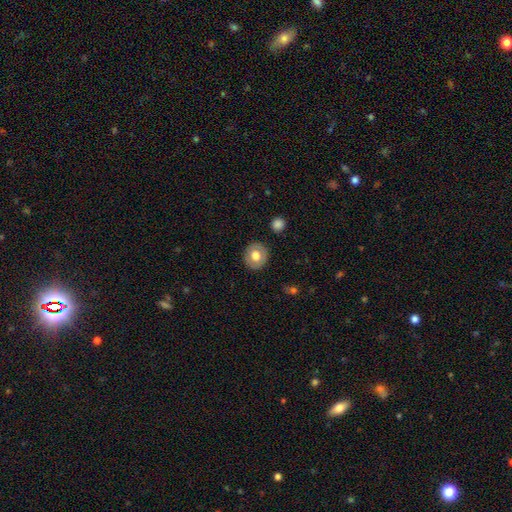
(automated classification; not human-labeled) This appears to be a smooth galaxy with no disk features (68%) that is round (83%). Merging: none (89%).